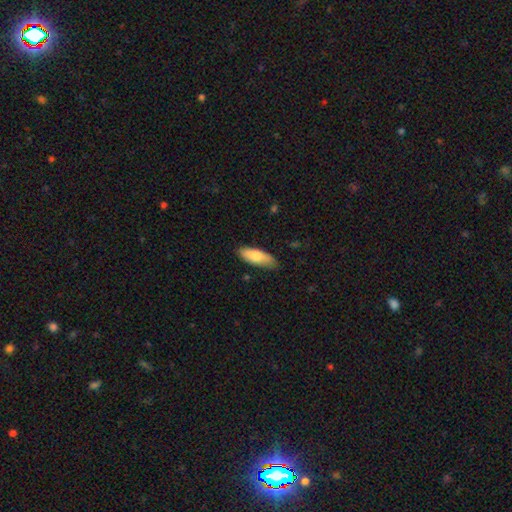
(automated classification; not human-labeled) Smooth or featured? smooth (76%)
How rounded? in between (67%)
Merging? none (80%)